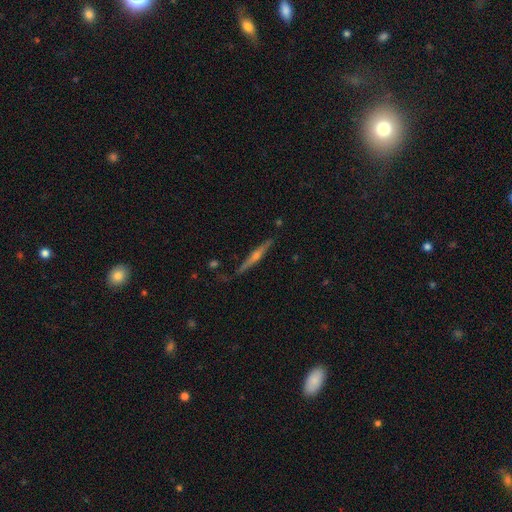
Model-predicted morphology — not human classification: Overall: featured or disk (73%). Edge-on disk: yes (94%). Edge-on bulge: rounded (85%). Merging: none (83%).